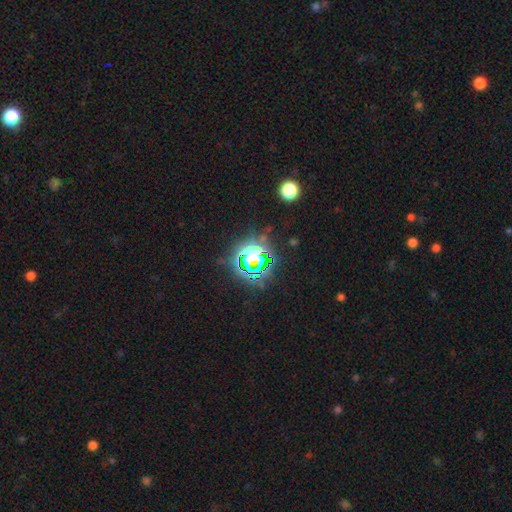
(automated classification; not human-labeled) smooth_or_featured: star or artifact (p=0.75) [alt: smooth p=0.16]